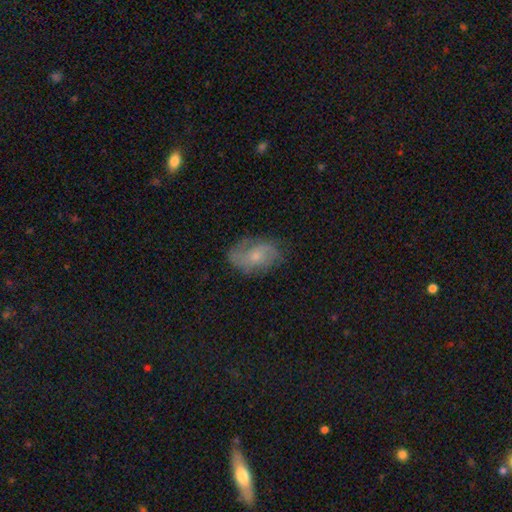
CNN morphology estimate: Smooth or featured: featured or disk — 61% (smooth — 31%)
Edge-on disk: no — 96% (yes — 4%)
Bar: no — 71% (weak — 25%)
Spiral arms: yes — 85% (no — 15%)
Spiral winding: medium — 44% (loose — 29%)
Spiral arm count: 2 — 63% (can't tell — 20%)
Bulge size: small — 62% (moderate — 31%)
Merging: none — 67% (minor disturbance — 22%)